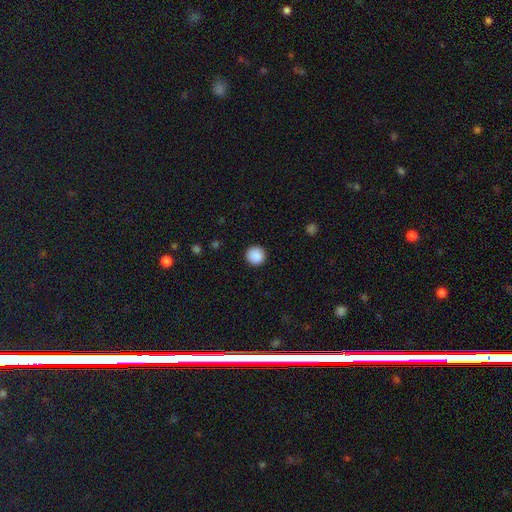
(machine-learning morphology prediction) smooth 89%, star or artifact 8%, featured or disk 3%. Down the decision tree: how rounded — round (96%); merging — none (92%).